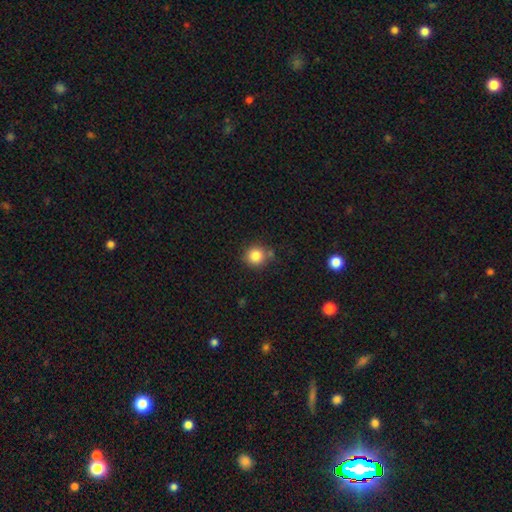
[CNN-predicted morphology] smooth-or-featured: smooth: 84% | star or artifact: 11% | featured or disk: 6%
  how-rounded: round: 91% | in between: 8% | cigar-shaped: 1%
  merging: none: 77% | minor disturbance: 12% | merger: 8% | major disturbance: 3%